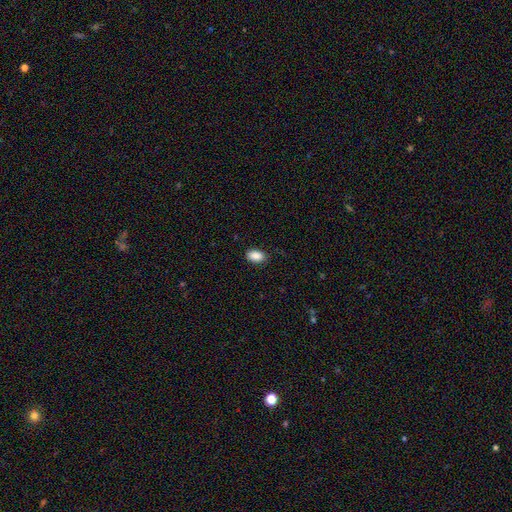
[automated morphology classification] Smooth or featured? smooth (89%)
How rounded? in between (91%)
Merging? none (87%)